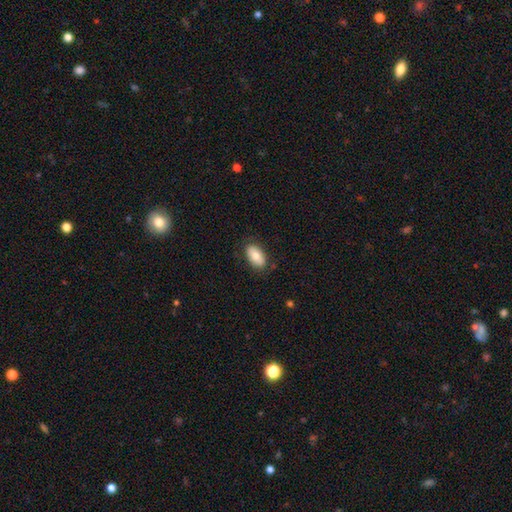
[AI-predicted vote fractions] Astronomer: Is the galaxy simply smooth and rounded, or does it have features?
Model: smooth — 77%.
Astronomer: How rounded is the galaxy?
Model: in between — 93%.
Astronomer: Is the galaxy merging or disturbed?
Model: none — 82%.